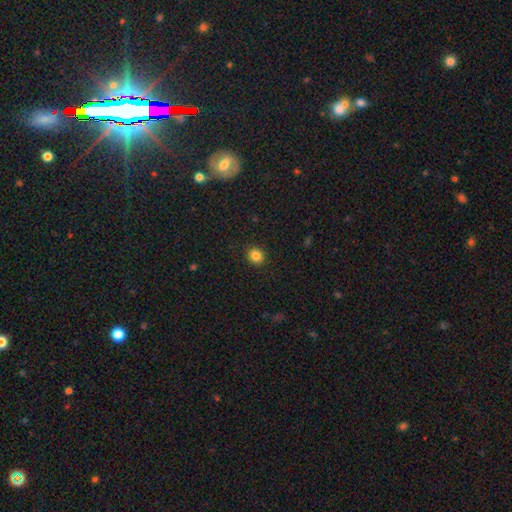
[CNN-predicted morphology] This is clearly a smooth galaxy (85%). How rounded: clearly round (83%). Merging: clearly none (92%).